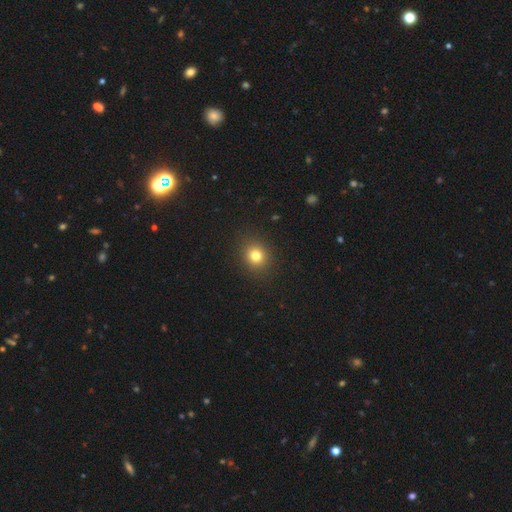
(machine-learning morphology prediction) smooth 79%, star or artifact 14%, featured or disk 7%. Down the decision tree: how rounded — round (80%); merging — none (90%).